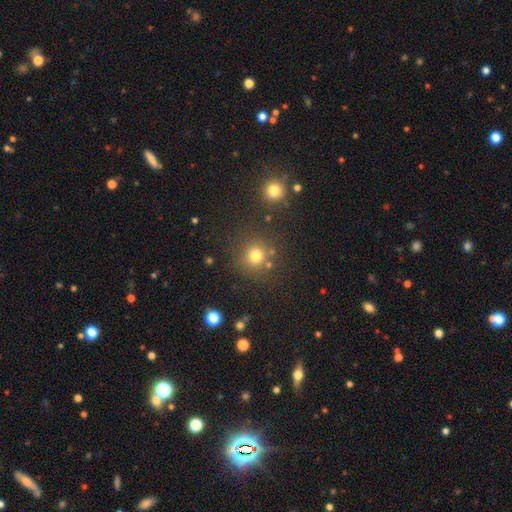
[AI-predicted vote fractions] Q: Smooth or featured?
A: smooth (77%); runner-up: star or artifact (17%)
Q: How rounded?
A: round (92%); runner-up: in between (7%)
Q: Merging?
A: none (80%); runner-up: minor disturbance (8%)